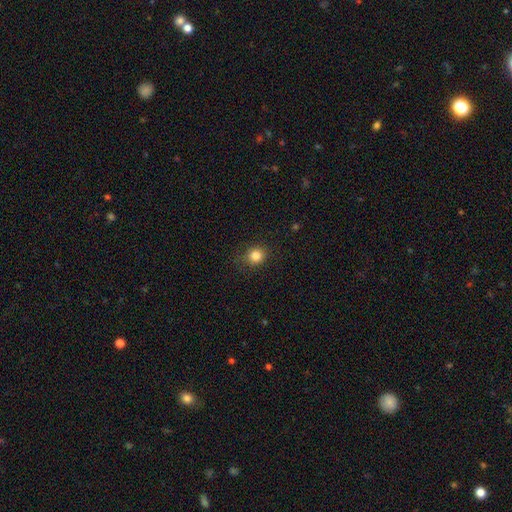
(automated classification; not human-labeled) smooth_or_featured: smooth (p=0.83) [alt: star or artifact p=0.11]
how_rounded: round (p=0.81) [alt: in between p=0.18]
merging: none (p=0.84) [alt: minor disturbance p=0.11]